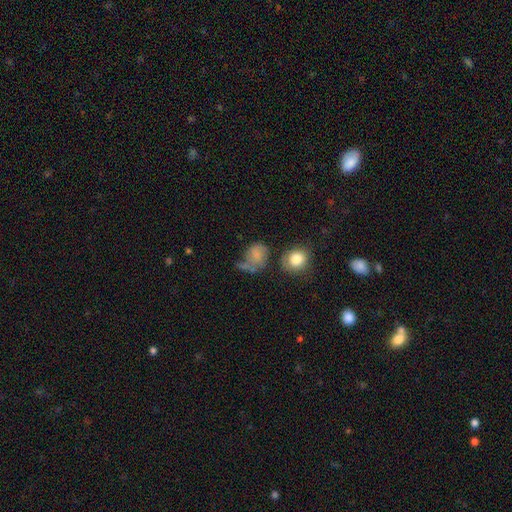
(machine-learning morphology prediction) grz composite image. It shows a smooth galaxy with no disk features (65%) that is in between round and cigar-shaped (51%). Merging: none (33%).